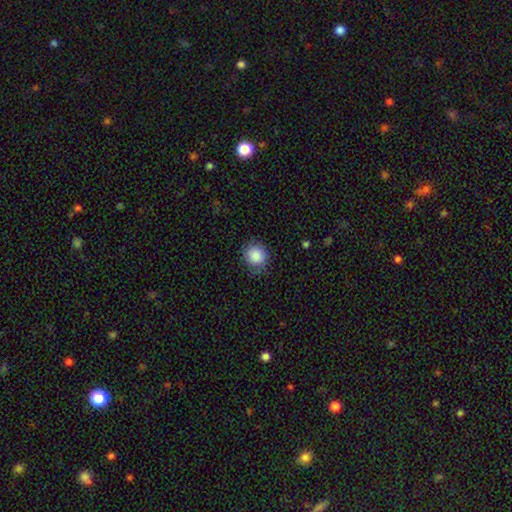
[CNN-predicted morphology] Q: Smooth or featured?
A: smooth (88%); runner-up: star or artifact (8%)
Q: How rounded?
A: round (84%); runner-up: in between (15%)
Q: Merging?
A: none (80%); runner-up: minor disturbance (15%)